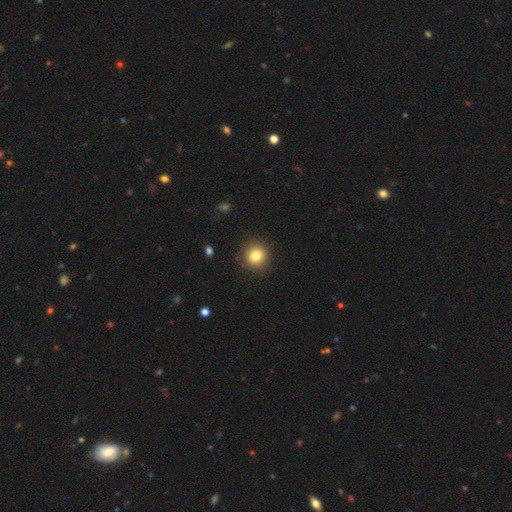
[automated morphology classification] smooth_or_featured: smooth (p=0.82) [alt: star or artifact p=0.11]
how_rounded: round (p=0.91) [alt: in between p=0.08]
merging: none (p=0.89) [alt: minor disturbance p=0.08]